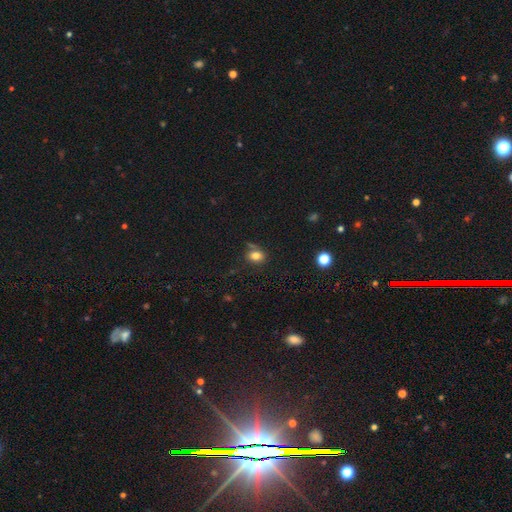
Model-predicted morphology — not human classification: A smooth galaxy with no disk features (80%) that is in between round and cigar-shaped (57%).

Vote fractions:
- Smooth or featured? smooth: 80% / star or artifact: 12% / featured or disk: 8%
- How rounded? in between: 57% / round: 42% / cigar-shaped: 1%
- Merging? none: 64% / minor disturbance: 19% / merger: 10% / major disturbance: 7%